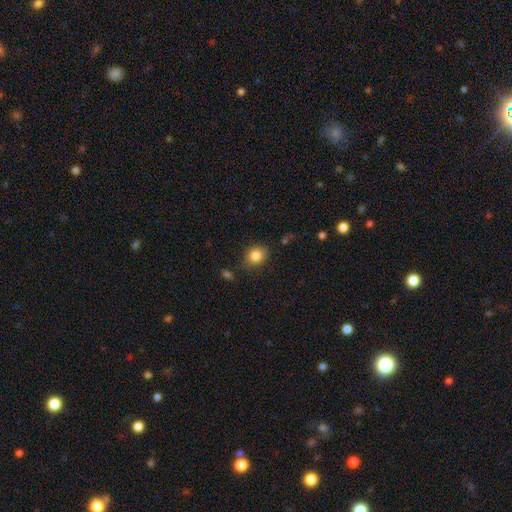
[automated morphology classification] smooth_or_featured: smooth (p=0.84) [alt: star or artifact p=0.10]
how_rounded: round (p=0.70) [alt: in between p=0.29]
merging: none (p=0.82) [alt: minor disturbance p=0.13]